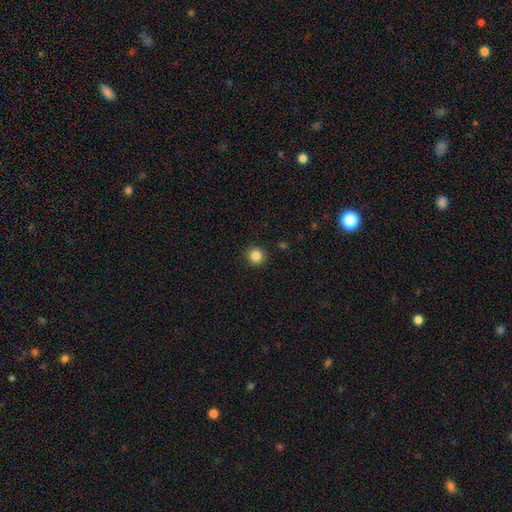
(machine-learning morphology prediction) Smooth or featured?
  - smooth: 85% *
  - star or artifact: 11%
  - featured or disk: 4%
How rounded?
  - round: 94% *
  - in between: 5%
  - cigar-shaped: 1%
Merging?
  - none: 92% *
  - minor disturbance: 5%
  - major disturbance: 2%
  - merger: 1%